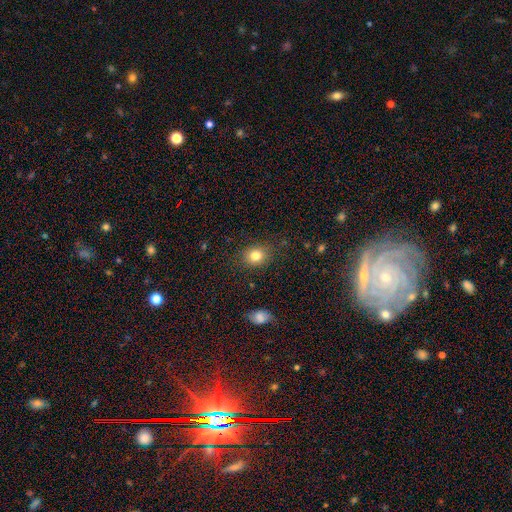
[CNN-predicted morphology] Smooth or featured?
  - smooth: 82% *
  - star or artifact: 11%
  - featured or disk: 7%
How rounded?
  - round: 62% *
  - in between: 37%
  - cigar-shaped: 1%
Merging?
  - none: 84% *
  - minor disturbance: 11%
  - major disturbance: 3%
  - merger: 2%